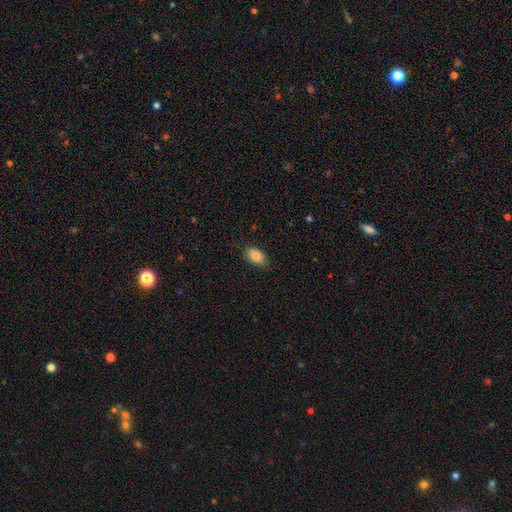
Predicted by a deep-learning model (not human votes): Smooth or featured?
  - smooth: 84% *
  - featured or disk: 9%
  - star or artifact: 7%
How rounded?
  - in between: 91% *
  - round: 8%
  - cigar-shaped: 1%
Merging?
  - none: 80% *
  - minor disturbance: 17%
  - major disturbance: 3%
  - merger: 1%